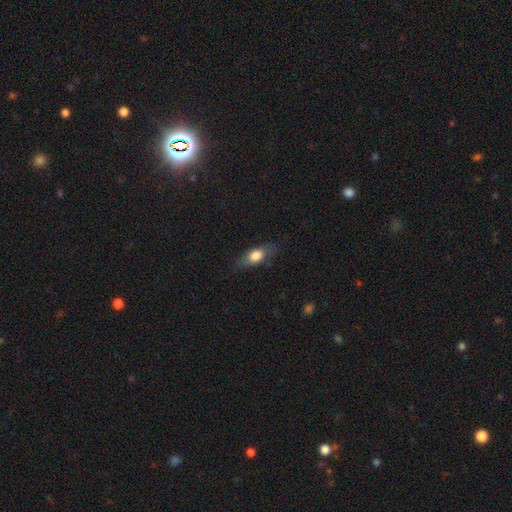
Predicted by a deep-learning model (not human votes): Smooth or featured?
  - smooth: 64% *
  - featured or disk: 28%
  - star or artifact: 7%
How rounded?
  - in between: 65% *
  - cigar-shaped: 27%
  - round: 8%
Merging?
  - none: 78% *
  - minor disturbance: 16%
  - major disturbance: 5%
  - merger: 1%